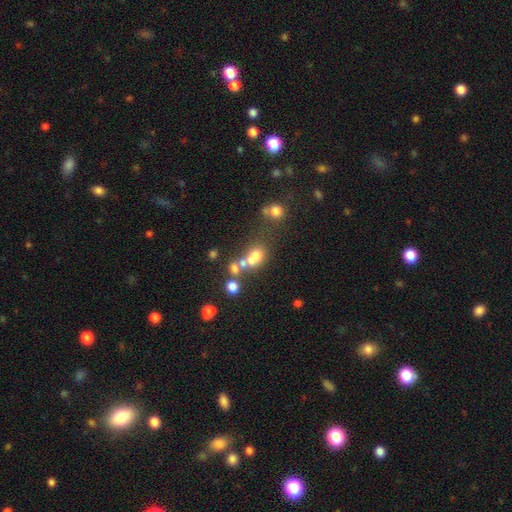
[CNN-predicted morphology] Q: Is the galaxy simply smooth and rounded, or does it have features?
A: smooth — 58%.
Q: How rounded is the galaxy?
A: round — 52%.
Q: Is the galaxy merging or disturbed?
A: merger — 48%.